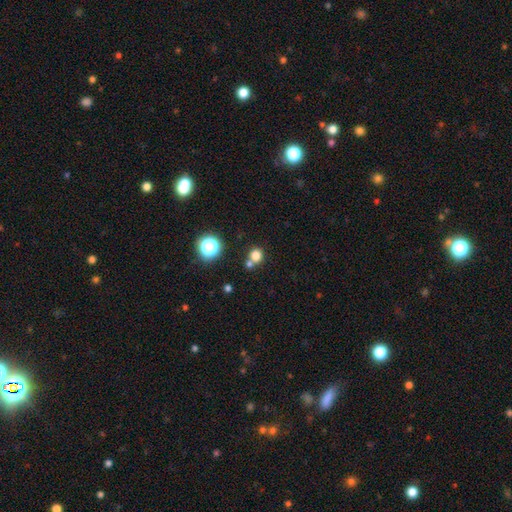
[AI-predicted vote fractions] The model was most divided on "merging": none: 60%, merger: 29%, minor disturbance: 8%, major disturbance: 3%. More confident: how rounded — round (87%); smooth or featured — smooth (77%).